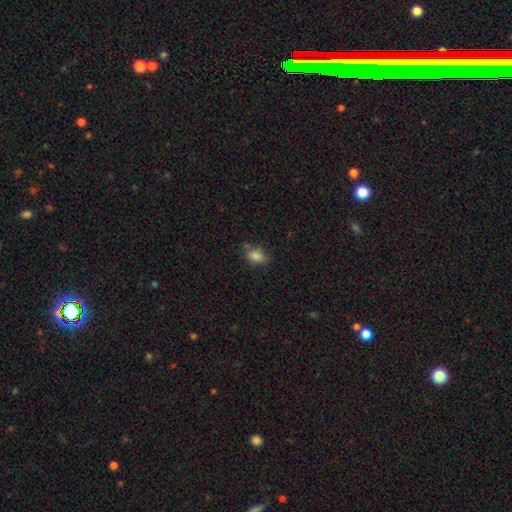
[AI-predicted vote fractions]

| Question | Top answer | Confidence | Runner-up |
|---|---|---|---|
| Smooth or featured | smooth | 83% | star or artifact (11%) |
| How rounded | in between | 73% | round (25%) |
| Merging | none | 66% | minor disturbance (22%) |